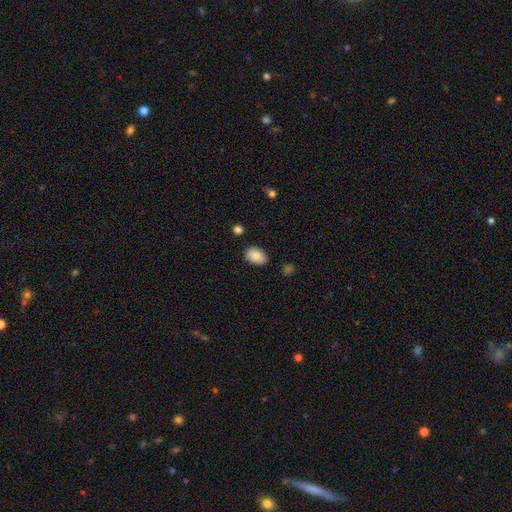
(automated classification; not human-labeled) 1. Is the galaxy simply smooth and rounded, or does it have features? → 88% smooth, 7% star or artifact, 5% featured or disk.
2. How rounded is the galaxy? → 86% in between, 13% round, 1% cigar-shaped.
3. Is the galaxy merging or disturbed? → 83% none, 13% minor disturbance, 3% major disturbance, 2% merger.